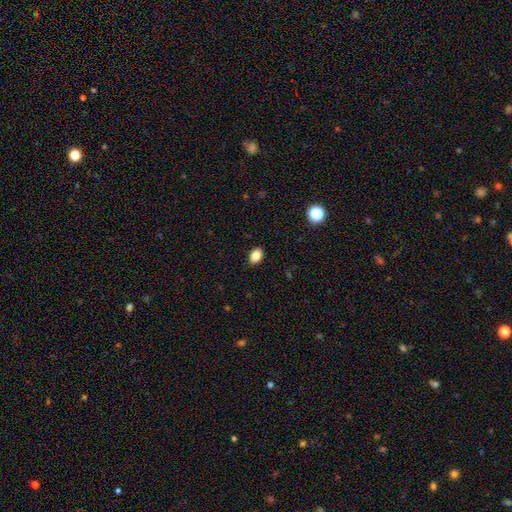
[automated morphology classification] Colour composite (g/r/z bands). It shows a smooth galaxy with no disk features (86%) that is in between round and cigar-shaped (81%). Merging: none (88%).